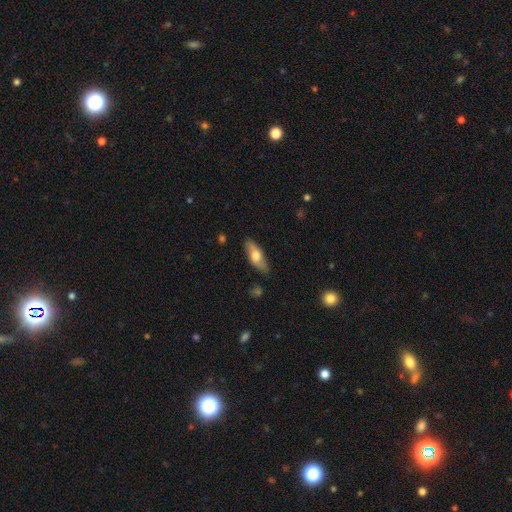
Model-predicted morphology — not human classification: Smooth or featured: smooth — 61% (featured or disk — 33%)
How rounded: in between — 66% (cigar-shaped — 31%)
Merging: none — 83% (minor disturbance — 13%)